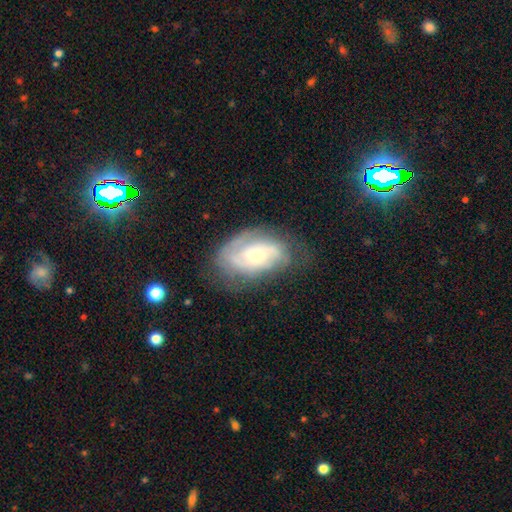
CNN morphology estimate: featured or disk 71%, smooth 22%, star or artifact 7%. Down the decision tree: edge-on disk — no (95%); bar — no (64%); spiral arms — yes (88%); spiral arm count — 2 (45%); spiral winding — tight (47%); bulge size — small (51%); merging — none (63%).